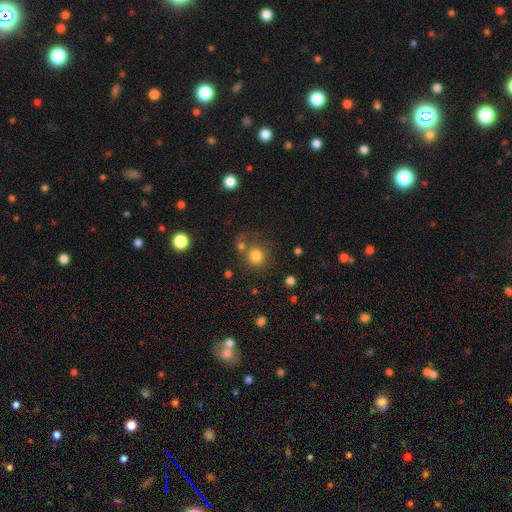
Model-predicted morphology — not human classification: A smooth galaxy with no disk features (79%) that is round (88%).

Vote fractions:
- Smooth or featured? smooth: 79% / star or artifact: 13% / featured or disk: 8%
- How rounded? round: 88% / in between: 11% / cigar-shaped: 1%
- Merging? none: 61% / merger: 21% / minor disturbance: 11% / major disturbance: 7%